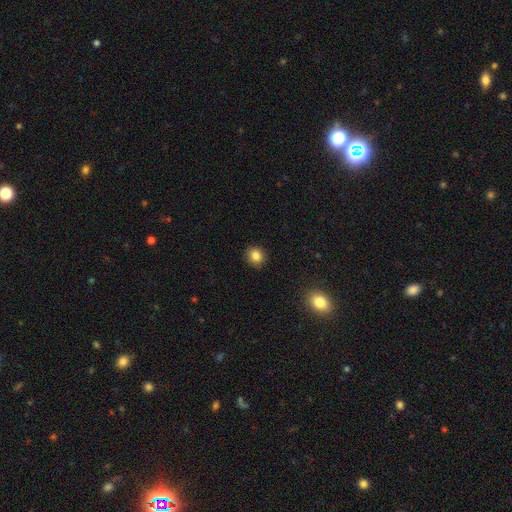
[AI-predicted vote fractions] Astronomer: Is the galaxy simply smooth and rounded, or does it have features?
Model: smooth — 85%.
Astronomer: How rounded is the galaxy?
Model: round — 76%.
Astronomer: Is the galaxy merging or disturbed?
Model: none — 90%.